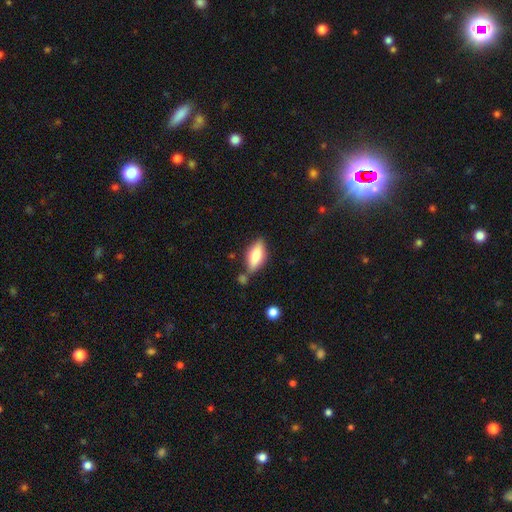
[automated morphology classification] This appears to be a smooth galaxy with no disk features (73%) that is in between round and cigar-shaped (81%). Merging: none (66%).